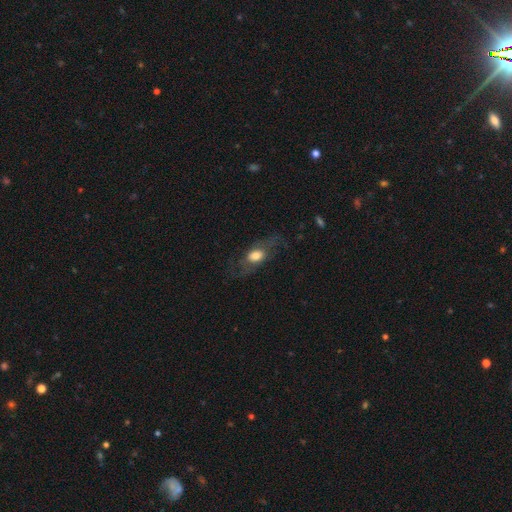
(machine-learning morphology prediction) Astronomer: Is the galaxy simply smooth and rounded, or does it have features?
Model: smooth — 49% (runner-up: featured or disk, 43%).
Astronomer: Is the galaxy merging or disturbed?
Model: none — 58%.